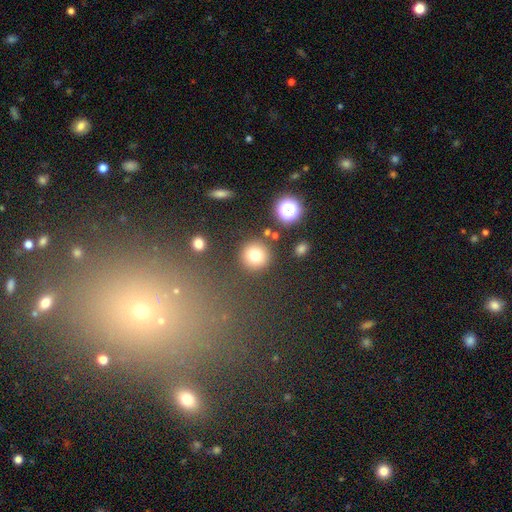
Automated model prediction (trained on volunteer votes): smooth_or_featured: smooth (p=0.78) [alt: star or artifact p=0.14]
how_rounded: round (p=0.93) [alt: in between p=0.06]
merging: none (p=0.85) [alt: minor disturbance p=0.07]